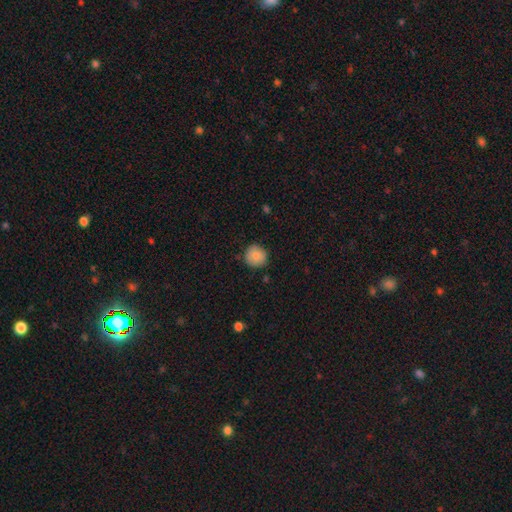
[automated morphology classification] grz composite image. It shows a smooth galaxy with no disk features (85%) that is round (91%). Merging: none (84%).